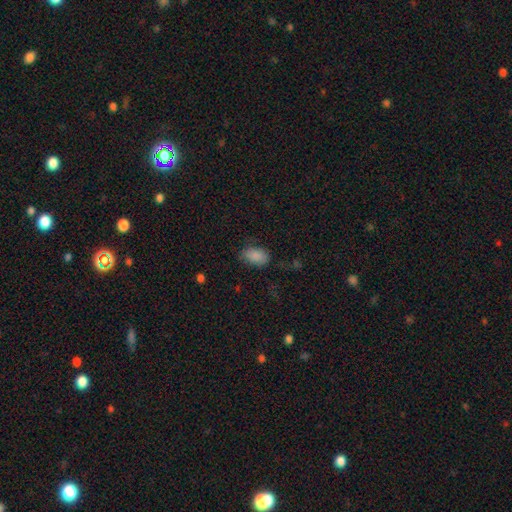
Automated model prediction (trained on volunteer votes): A smooth galaxy with no disk features (87%) that is in between round and cigar-shaped (88%).

Vote fractions:
- Smooth or featured? smooth: 87% / star or artifact: 9% / featured or disk: 5%
- How rounded? in between: 88% / round: 11% / cigar-shaped: 1%
- Merging? none: 72% / minor disturbance: 21% / major disturbance: 6% / merger: 1%